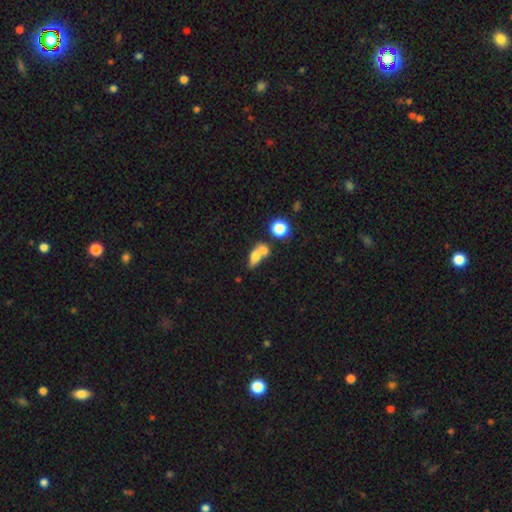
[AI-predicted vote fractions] Q: Smooth or featured?
A: smooth (68%); runner-up: featured or disk (20%)
Q: How rounded?
A: in between (64%); runner-up: round (29%)
Q: Merging?
A: merger (58%); runner-up: none (26%)